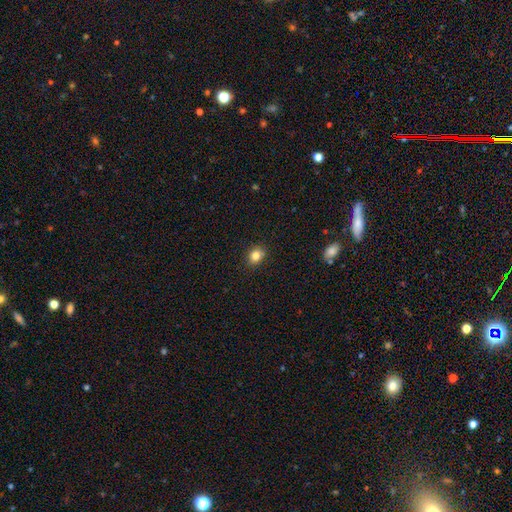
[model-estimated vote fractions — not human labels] smooth 83%, star or artifact 11%, featured or disk 6%. Down the decision tree: how rounded — round (53%); merging — none (86%).